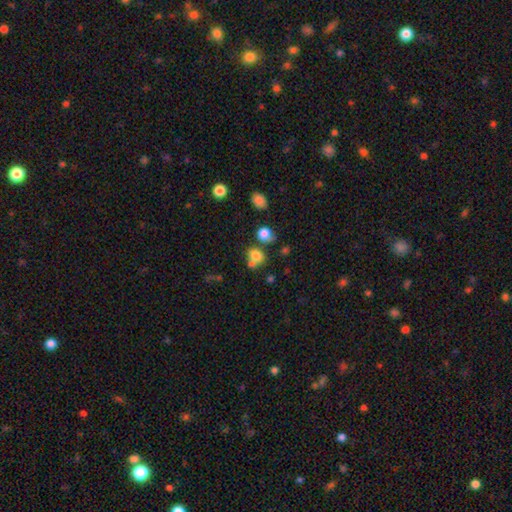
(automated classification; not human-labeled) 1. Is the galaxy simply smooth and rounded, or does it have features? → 76% smooth, 13% star or artifact, 10% featured or disk.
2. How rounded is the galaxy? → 60% round, 39% in between, 1% cigar-shaped.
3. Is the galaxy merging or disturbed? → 43% none, 37% merger, 12% minor disturbance, 7% major disturbance.